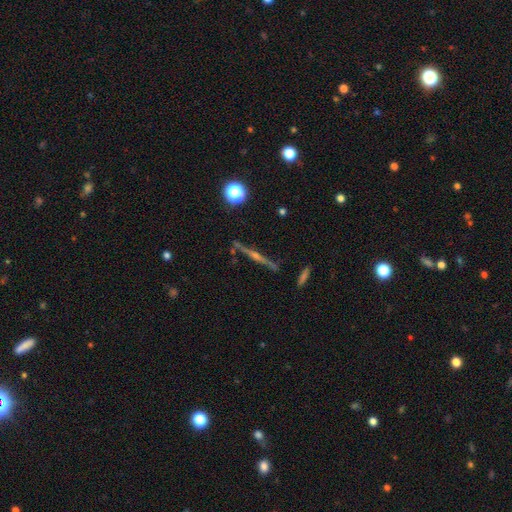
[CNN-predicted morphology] Smooth or featured: featured or disk — 81% (smooth — 10%)
Edge-on disk: yes — 98% (no — 2%)
Edge-on bulge: rounded — 87% (none — 8%)
Merging: none — 88% (minor disturbance — 8%)